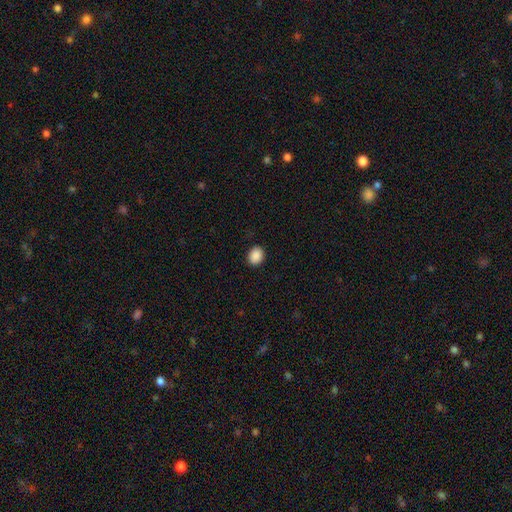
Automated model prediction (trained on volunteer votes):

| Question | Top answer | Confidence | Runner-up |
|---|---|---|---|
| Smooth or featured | smooth | 89% | star or artifact (8%) |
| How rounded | round | 50% | in between (49%) |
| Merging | none | 90% | minor disturbance (7%) |